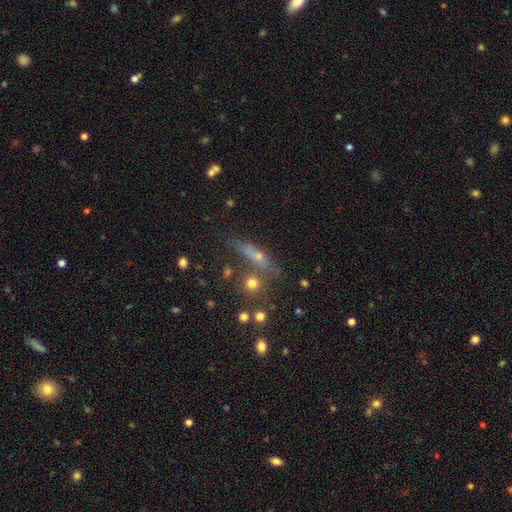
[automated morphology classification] A smooth galaxy with no disk features (49%). Merging: none (64%).